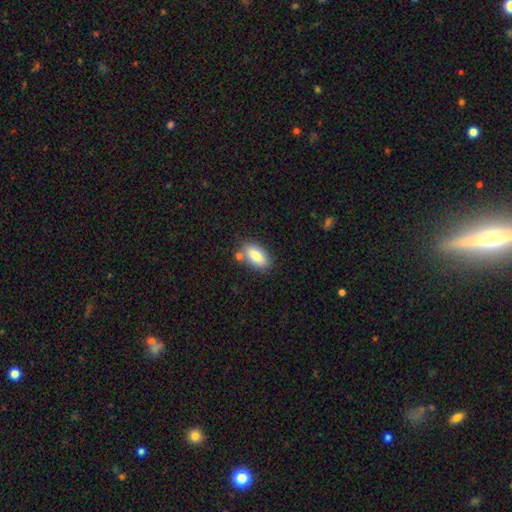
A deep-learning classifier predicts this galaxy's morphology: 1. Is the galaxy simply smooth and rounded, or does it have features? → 84% smooth, 9% featured or disk, 7% star or artifact.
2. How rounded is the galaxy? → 90% in between, 6% cigar-shaped, 4% round.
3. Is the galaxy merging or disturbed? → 69% none, 14% minor disturbance, 13% merger, 3% major disturbance.